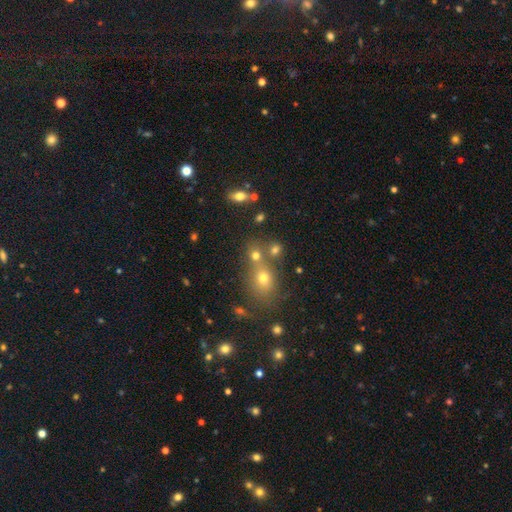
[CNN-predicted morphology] Q: Smooth or featured?
A: smooth (67%); runner-up: star or artifact (20%)
Q: How rounded?
A: round (66%); runner-up: in between (32%)
Q: Merging?
A: none (48%); runner-up: merger (38%)